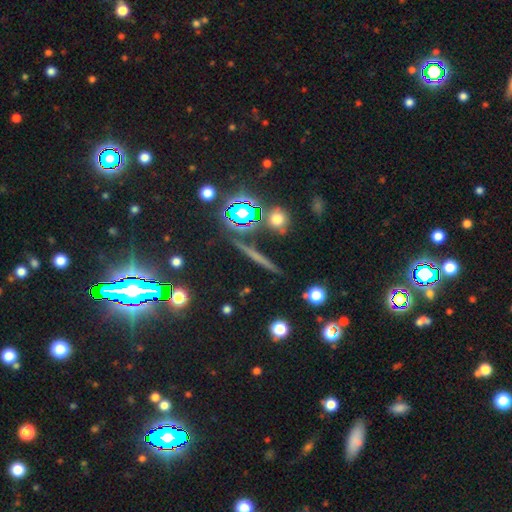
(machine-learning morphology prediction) The model was most divided on "smooth or featured": featured or disk: 39%, smooth: 32%, star or artifact: 29%. More confident: merging — none (87%).